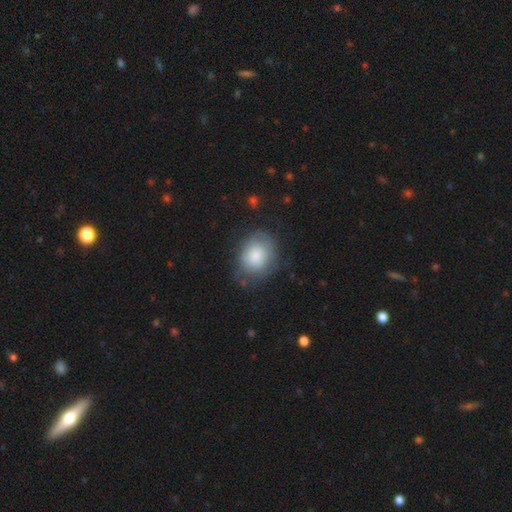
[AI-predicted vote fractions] This is likely a smooth galaxy (74%). How rounded: possibly round (52%). Merging: likely none (61%).